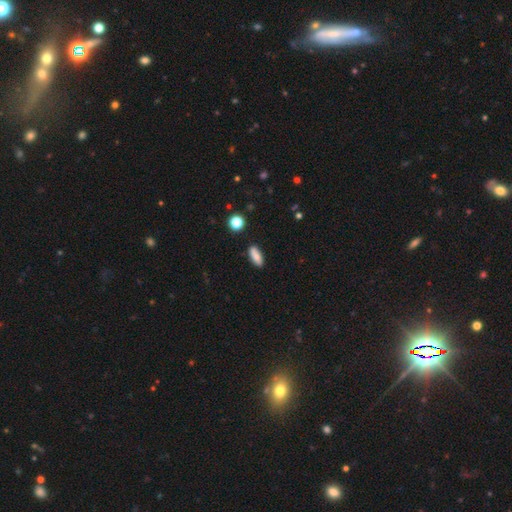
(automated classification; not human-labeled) Smooth or featured? smooth (84%)
How rounded? in between (72%)
Merging? none (85%)